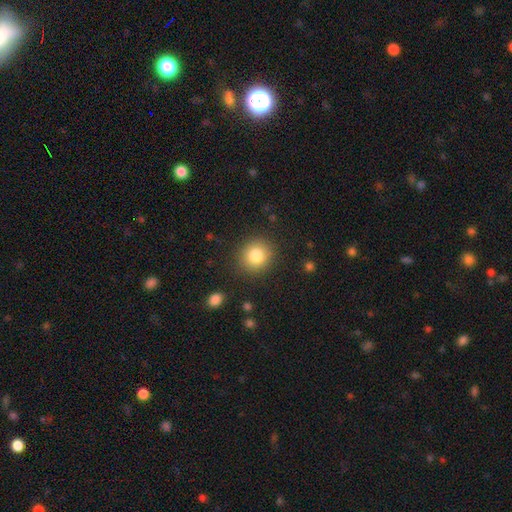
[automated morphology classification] type=smooth (82%); roundness=round (86%); merging=none (87%).